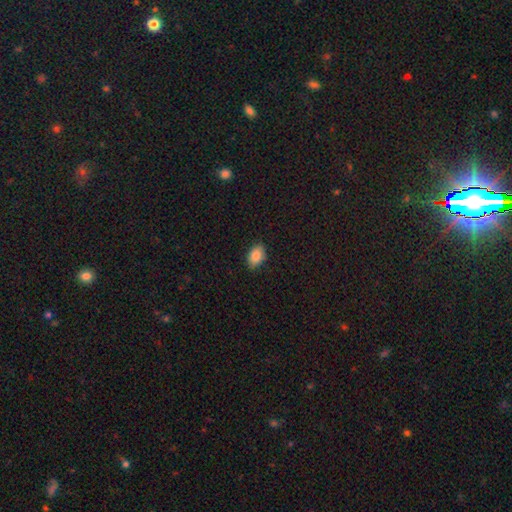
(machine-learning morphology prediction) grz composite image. It shows a smooth galaxy with no disk features (87%) that is in between round and cigar-shaped (87%). Merging: none (86%).